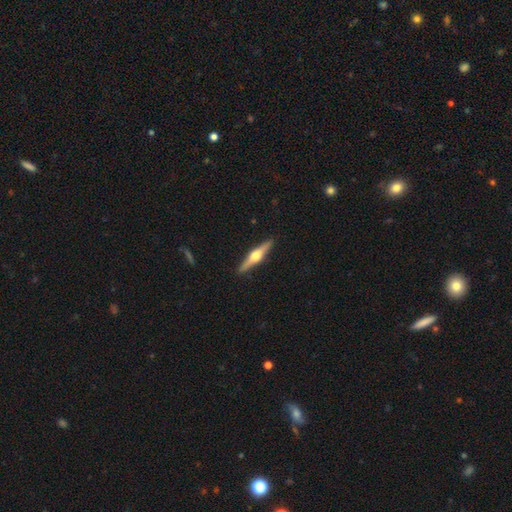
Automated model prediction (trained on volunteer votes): Smooth or featured? featured or disk (73%)
Edge-on disk? yes (98%)
Edge-on bulge? rounded (95%)
Merging? none (92%)